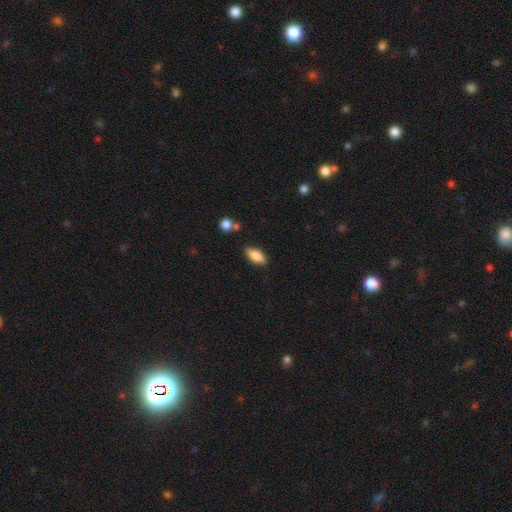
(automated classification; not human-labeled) Smooth or featured?
  - smooth: 82% *
  - featured or disk: 11%
  - star or artifact: 7%
How rounded?
  - in between: 85% *
  - cigar-shaped: 12%
  - round: 3%
Merging?
  - none: 84% *
  - minor disturbance: 11%
  - merger: 3%
  - major disturbance: 2%